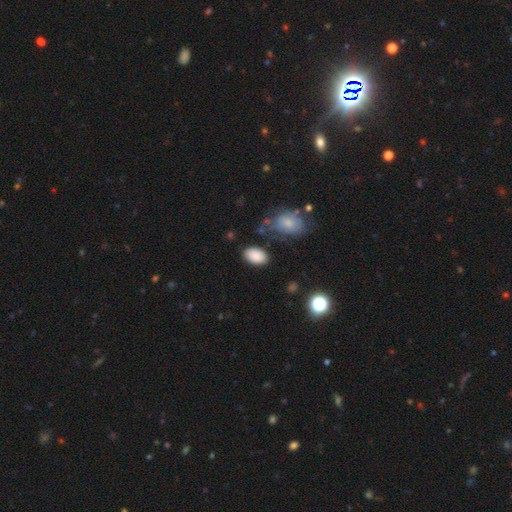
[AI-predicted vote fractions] Morphology: type=smooth (87%); roundness=in between (92%); merging=none (78%).